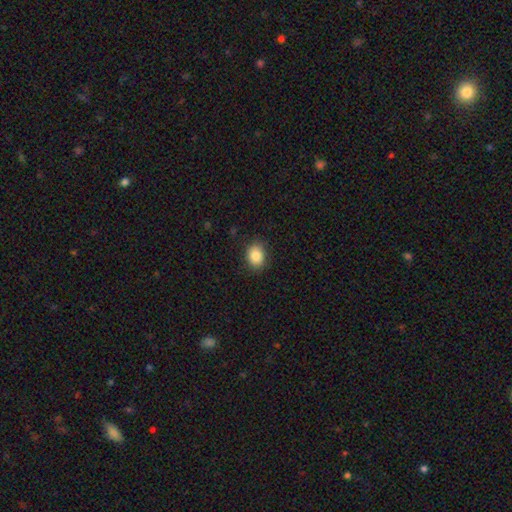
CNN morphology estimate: smooth-or-featured: smooth: 84% | star or artifact: 9% | featured or disk: 7%
  how-rounded: round: 50% | in between: 49% | cigar-shaped: 1%
  merging: none: 85% | minor disturbance: 12% | major disturbance: 3% | merger: 1%